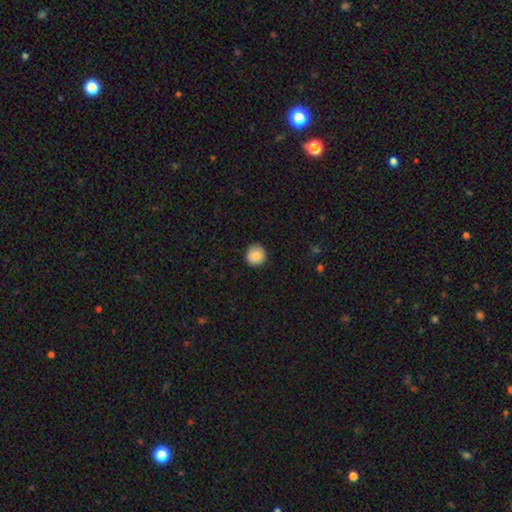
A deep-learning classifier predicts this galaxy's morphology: Smooth or featured?
  - smooth: 87% *
  - star or artifact: 8%
  - featured or disk: 5%
How rounded?
  - round: 93% *
  - in between: 6%
  - cigar-shaped: 1%
Merging?
  - none: 89% *
  - minor disturbance: 8%
  - major disturbance: 2%
  - merger: 1%